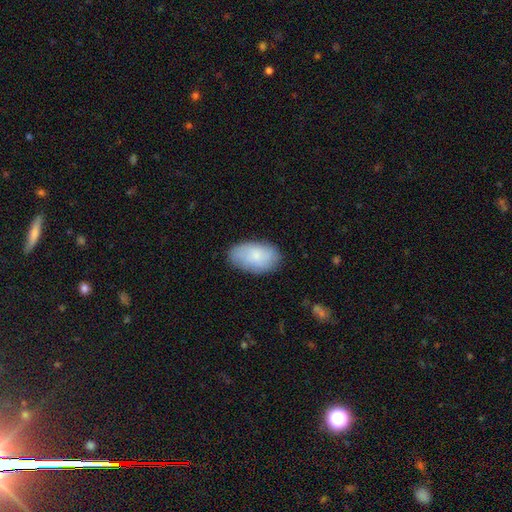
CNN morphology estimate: Smooth or featured?
  - smooth: 76% *
  - featured or disk: 17%
  - star or artifact: 7%
How rounded?
  - in between: 94% *
  - round: 5%
  - cigar-shaped: 1%
Merging?
  - none: 79% *
  - minor disturbance: 16%
  - major disturbance: 3%
  - merger: 1%